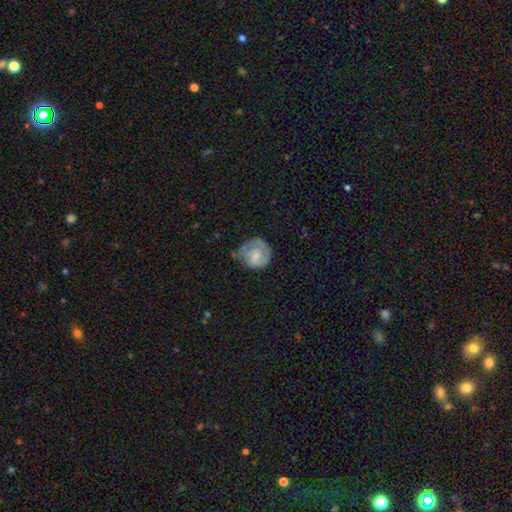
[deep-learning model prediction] smooth-or-featured: featured or disk: 54% | smooth: 39% | star or artifact: 6%
  disk-edge-on: no: 98% | yes: 2%
    bar: no: 58% | weak: 36% | strong: 7%
    has-spiral-arms: yes: 81% | no: 19%
    bulge-size: small: 45% | moderate: 29% | none: 20% | large: 4% | dominant: 1%
  merging: none: 52% | minor disturbance: 29% | major disturbance: 16% | merger: 2%